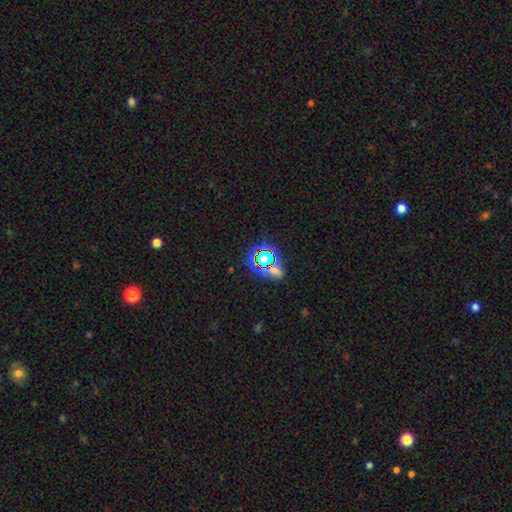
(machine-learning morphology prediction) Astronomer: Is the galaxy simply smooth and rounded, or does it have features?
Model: star or artifact — 66%.